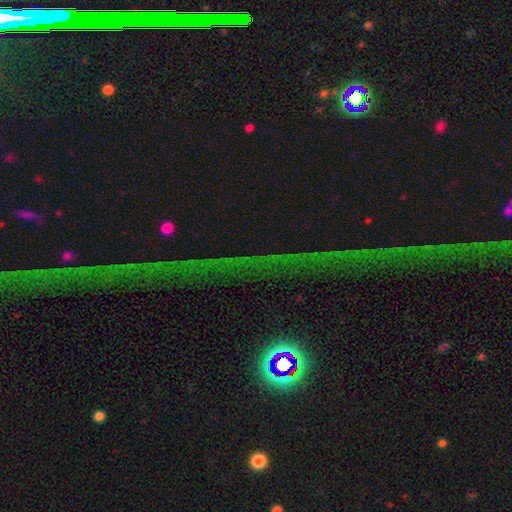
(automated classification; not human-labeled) Overall: star or artifact (75%).